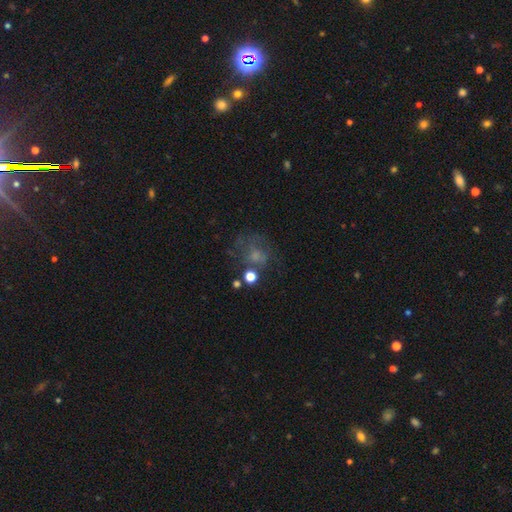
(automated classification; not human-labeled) Morphology: type=smooth (51%); roundness=round (70%); merging=none (47%).